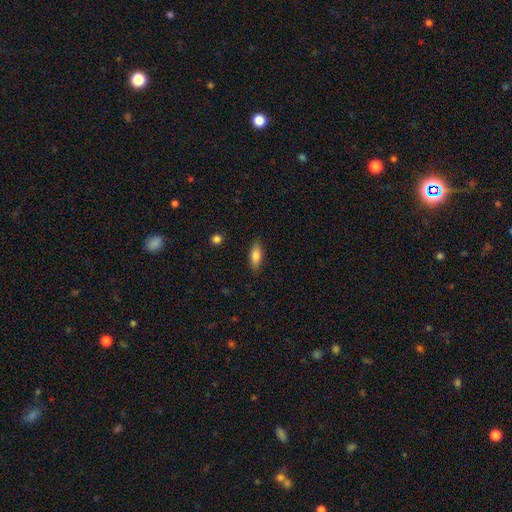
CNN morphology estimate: The model was most divided on "how rounded": in between: 73%, cigar-shaped: 24%, round: 3%. More confident: merging — none (85%); smooth or featured — smooth (78%).